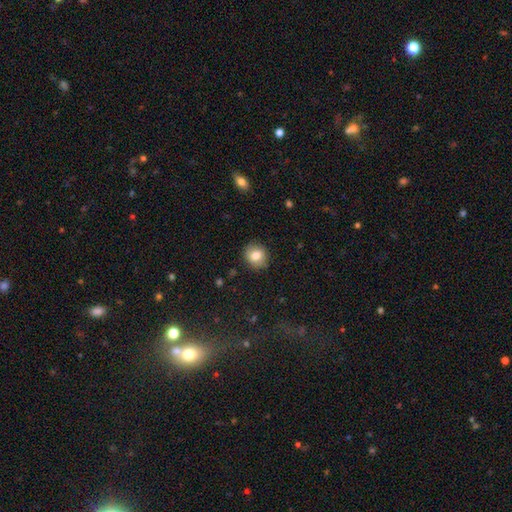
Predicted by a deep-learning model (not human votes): Smooth or featured: smooth — 80% (featured or disk — 10%)
How rounded: round — 85% (in between — 14%)
Merging: none — 87% (minor disturbance — 10%)